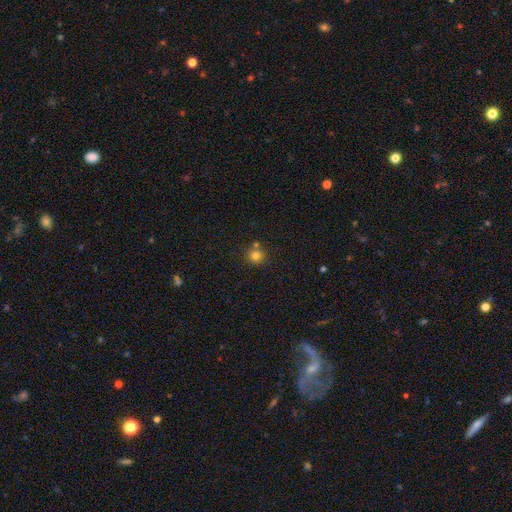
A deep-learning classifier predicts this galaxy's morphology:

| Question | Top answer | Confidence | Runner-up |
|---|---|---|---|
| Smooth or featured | smooth | 79% | star or artifact (14%) |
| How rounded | round | 90% | in between (9%) |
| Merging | none | 72% | merger (17%) |